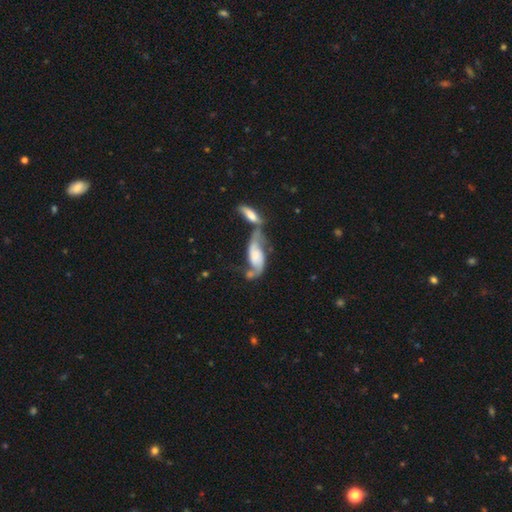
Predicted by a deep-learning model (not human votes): Overall: featured or disk (75%). Edge-on disk: no (90%). Bar: no (55%; weak 34%). Spiral arms: yes (93%). Spiral arm count: 2 (90%). Spiral winding: loose (64%; medium 27%). Bulge size: moderate (30%; small 28%). Merging: merger (52%; none 24%).